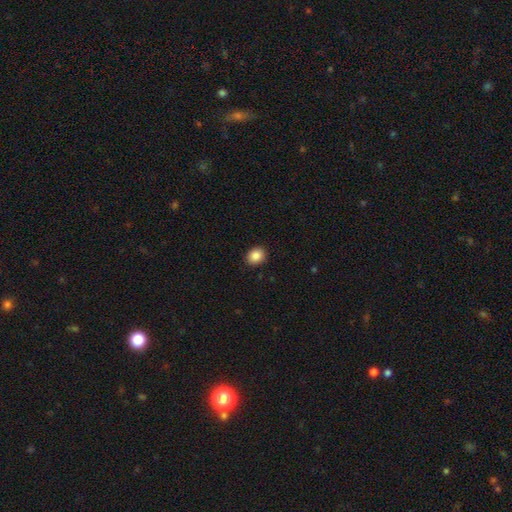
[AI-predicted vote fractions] smooth-or-featured: smooth: 87% | star or artifact: 9% | featured or disk: 4%
  how-rounded: round: 56% | in between: 43% | cigar-shaped: 1%
  merging: none: 91% | minor disturbance: 6% | major disturbance: 2% | merger: 1%